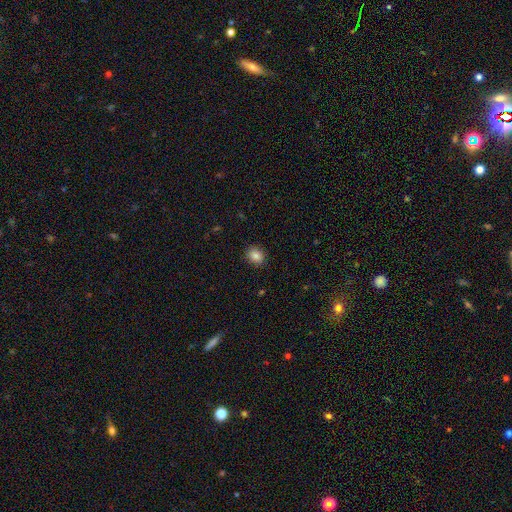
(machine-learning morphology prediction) Overall: smooth (84%). How rounded: round (63%; in between 36%). Merging: none (90%).